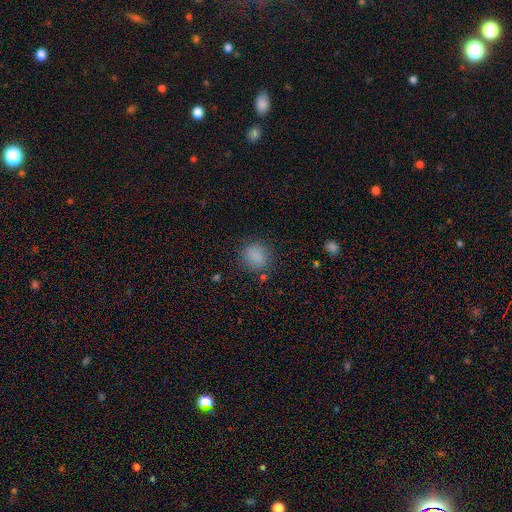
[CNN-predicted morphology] A smooth galaxy with no disk features (84%) that is round (79%).

Vote fractions:
- Smooth or featured? smooth: 84% / star or artifact: 11% / featured or disk: 5%
- How rounded? round: 79% / in between: 20% / cigar-shaped: 1%
- Merging? none: 83% / minor disturbance: 11% / major disturbance: 4% / merger: 2%